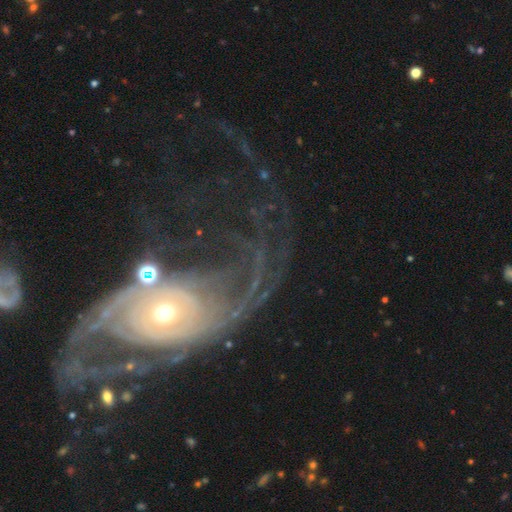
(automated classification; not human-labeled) smooth-or-featured: featured or disk: 86% | star or artifact: 8% | smooth: 6%
  disk-edge-on: no: 96% | yes: 4%
    bar: no: 72% | weak: 17% | strong: 11%
    has-spiral-arms: yes: 90% | no: 10%
      spiral-winding: tight: 38% | medium: 34% | loose: 27%
      spiral-arm-count: 2: 49% | can't tell: 21% | 3: 10% | 1: 7% | 4: 7% | more than 4: 7%
    bulge-size: small: 50% | moderate: 43% | large: 4% | dominant: 2% | none: 1%
  merging: none: 44% | major disturbance: 34% | minor disturbance: 14% | merger: 8%